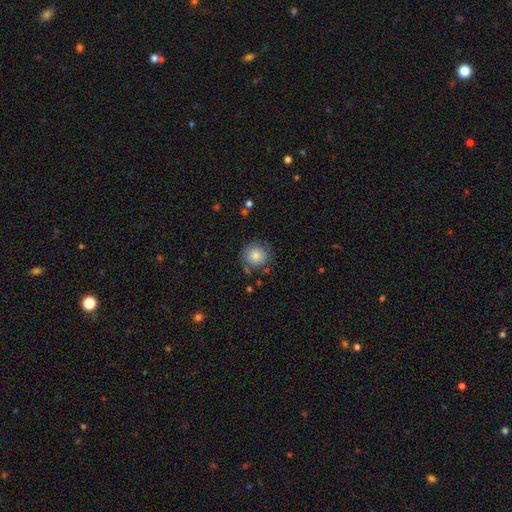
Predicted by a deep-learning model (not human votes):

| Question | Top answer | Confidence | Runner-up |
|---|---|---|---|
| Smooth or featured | smooth | 84% | star or artifact (8%) |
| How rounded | round | 92% | in between (7%) |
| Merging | none | 80% | minor disturbance (13%) |